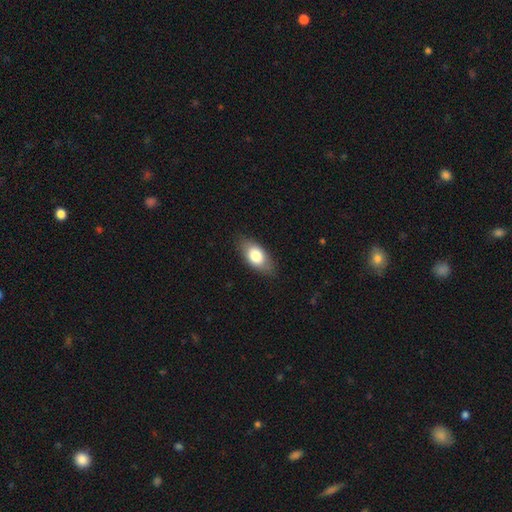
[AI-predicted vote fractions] The model was most divided on "smooth or featured": smooth: 77%, featured or disk: 16%, star or artifact: 7%. More confident: how rounded — in between (90%); merging — none (82%).